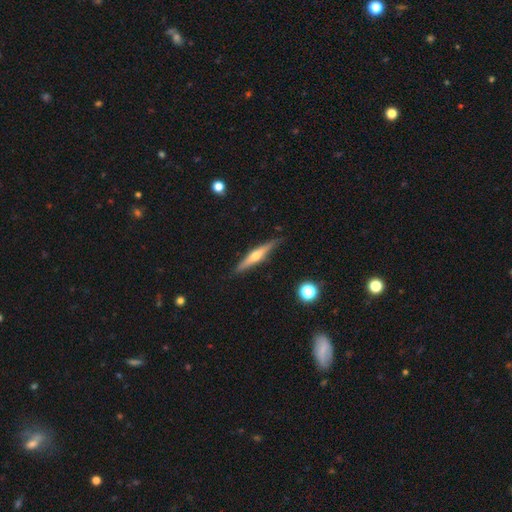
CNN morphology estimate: Smooth or featured? Predicted: featured or disk (p=0.65). Edge-on disk? Predicted: yes (p=0.97). Edge-on bulge? Predicted: rounded (p=0.89). Merging? Predicted: none (p=0.86).